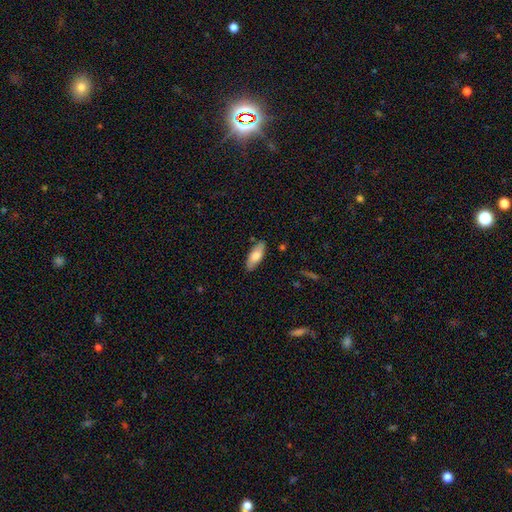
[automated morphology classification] Smooth or featured: smooth — 75% (featured or disk — 20%)
How rounded: in between — 77% (cigar-shaped — 21%)
Merging: none — 85% (minor disturbance — 12%)